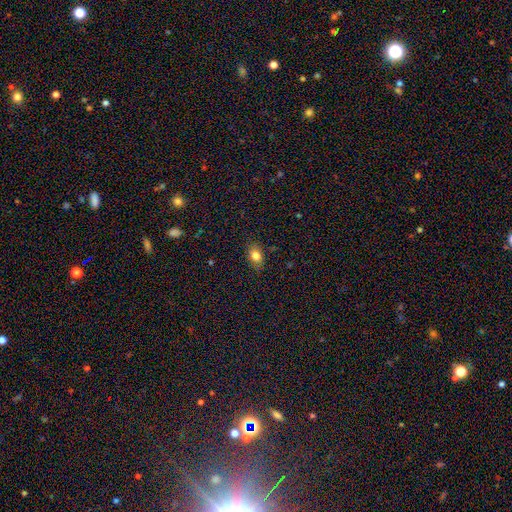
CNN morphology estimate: Smooth or featured?
  - smooth: 82% *
  - star or artifact: 10%
  - featured or disk: 8%
How rounded?
  - in between: 74% *
  - round: 24%
  - cigar-shaped: 2%
Merging?
  - none: 84% *
  - minor disturbance: 12%
  - major disturbance: 3%
  - merger: 1%